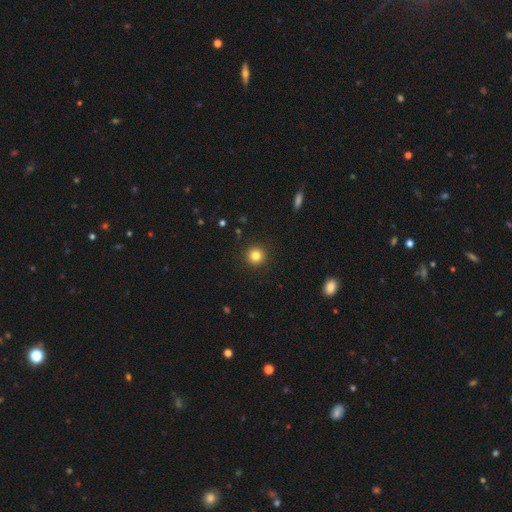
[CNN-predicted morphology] Overall: smooth (83%). How rounded: round (95%). Merging: none (92%).